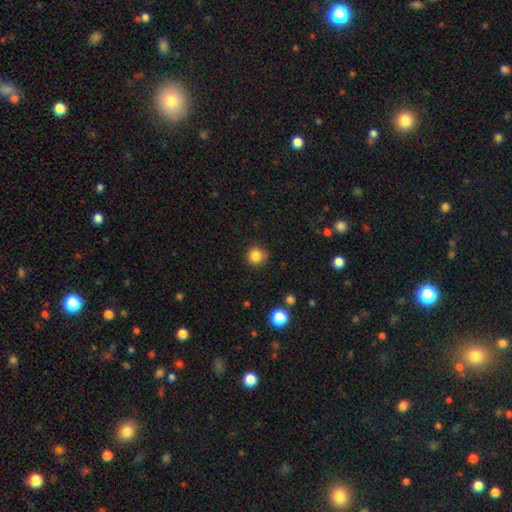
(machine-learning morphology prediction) smooth-or-featured: smooth: 85% | star or artifact: 11% | featured or disk: 4%
  how-rounded: round: 93% | in between: 6% | cigar-shaped: 1%
  merging: none: 88% | minor disturbance: 8% | major disturbance: 2% | merger: 1%